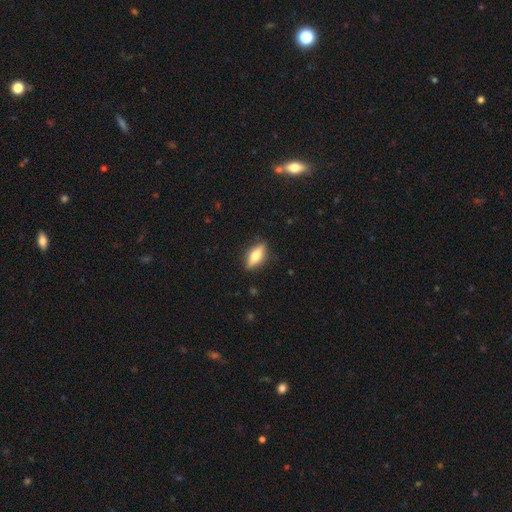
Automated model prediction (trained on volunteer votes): smooth_or_featured: smooth (p=0.55) [alt: featured or disk p=0.38]
how_rounded: in between (p=0.66) [alt: cigar-shaped p=0.30]
merging: none (p=0.85) [alt: minor disturbance p=0.11]